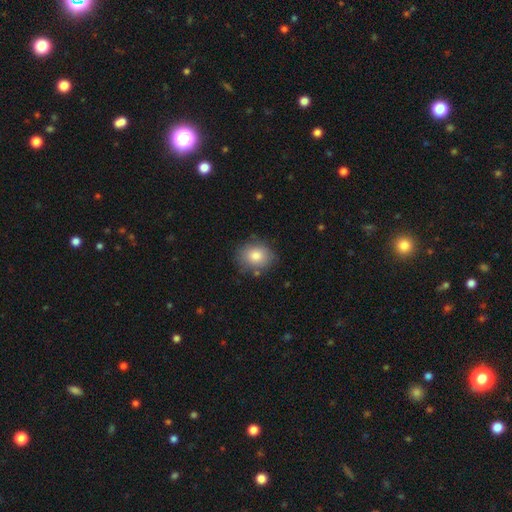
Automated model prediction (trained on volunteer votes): smooth_or_featured: smooth (p=0.82) [alt: featured or disk p=0.09]
how_rounded: round (p=0.63) [alt: in between p=0.36]
merging: none (p=0.80) [alt: minor disturbance p=0.14]